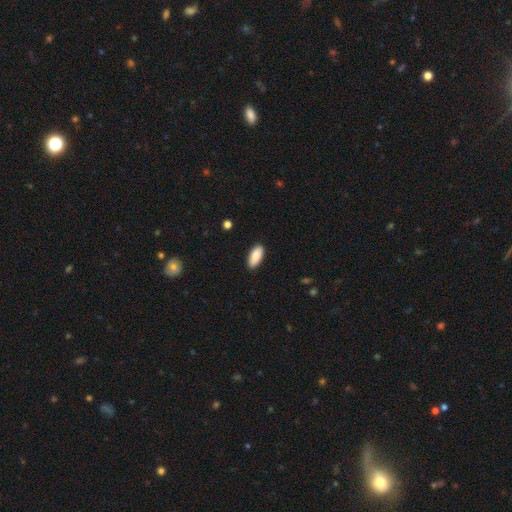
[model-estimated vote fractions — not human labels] smooth_or_featured: smooth (p=0.89) [alt: star or artifact p=0.06]
how_rounded: in between (p=0.88) [alt: cigar-shaped p=0.10]
merging: none (p=0.87) [alt: minor disturbance p=0.10]